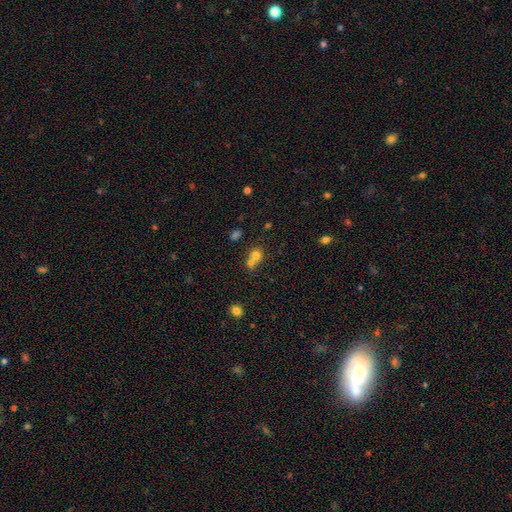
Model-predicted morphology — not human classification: This appears to be a smooth galaxy with no disk features (73%) that is round (79%). Merging: merger (56%).